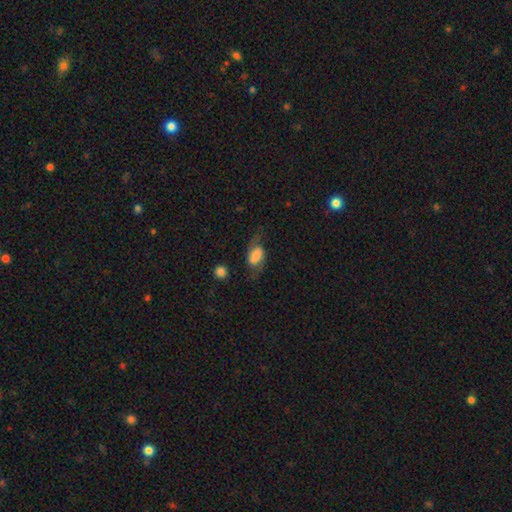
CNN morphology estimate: Overall: smooth (52%; featured or disk 39%). How rounded: in between (83%). Merging: none (57%; minor disturbance 23%).